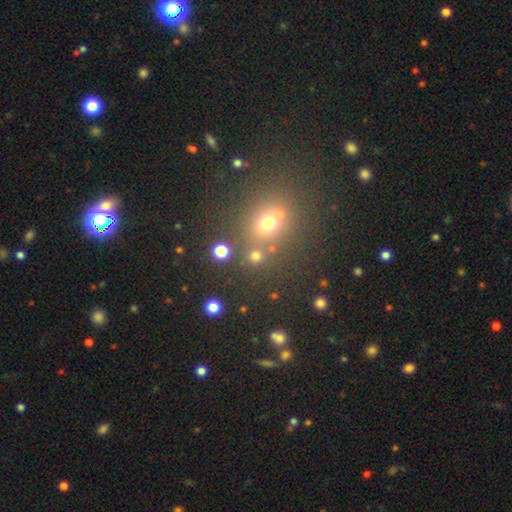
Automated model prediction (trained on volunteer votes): Smooth or featured: smooth — 70% (star or artifact — 23%)
How rounded: round — 85% (in between — 14%)
Merging: none — 73% (merger — 15%)